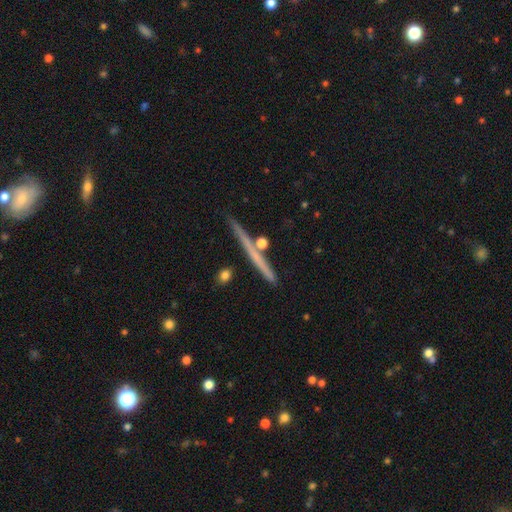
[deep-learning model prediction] Smooth or featured? featured or disk (59%)
Edge-on disk? yes (97%)
Edge-on bulge? none (76%)
Merging? none (84%)